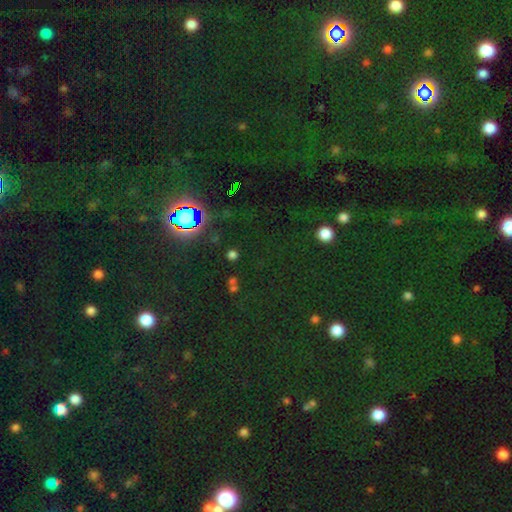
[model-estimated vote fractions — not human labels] smooth-or-featured: star or artifact: 77% | smooth: 15% | featured or disk: 7%